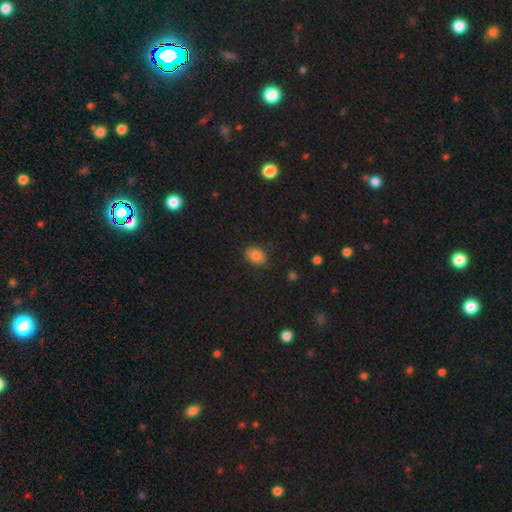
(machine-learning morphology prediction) A smooth galaxy with no disk features (83%) that is in between round and cigar-shaped (74%). Merging: none (81%).